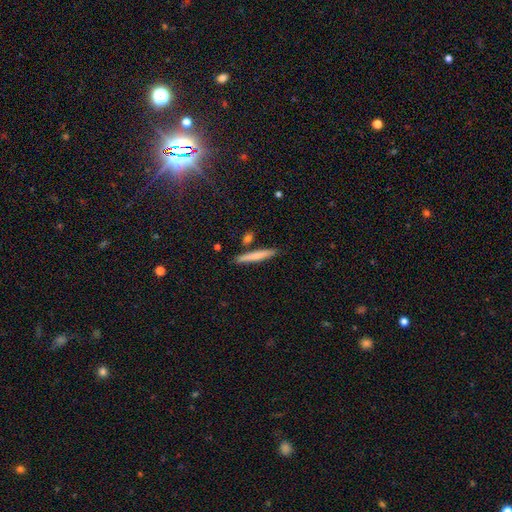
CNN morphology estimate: smooth-or-featured: smooth: 69% | featured or disk: 25% | star or artifact: 6%
  how-rounded: cigar-shaped: 94% | in between: 4% | round: 2%
  merging: none: 84% | minor disturbance: 9% | merger: 5% | major disturbance: 2%